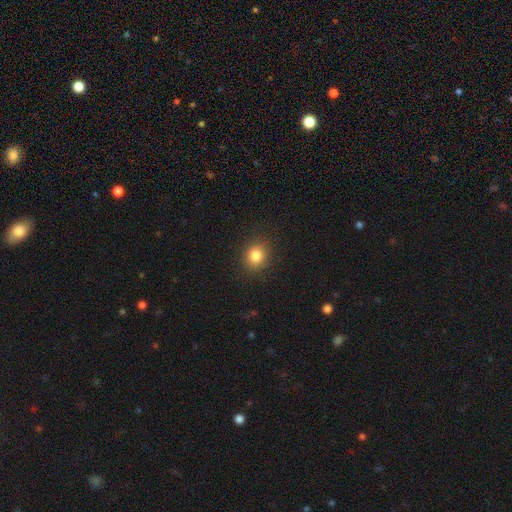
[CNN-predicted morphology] type=smooth (83%); roundness=round (77%); merging=none (88%).